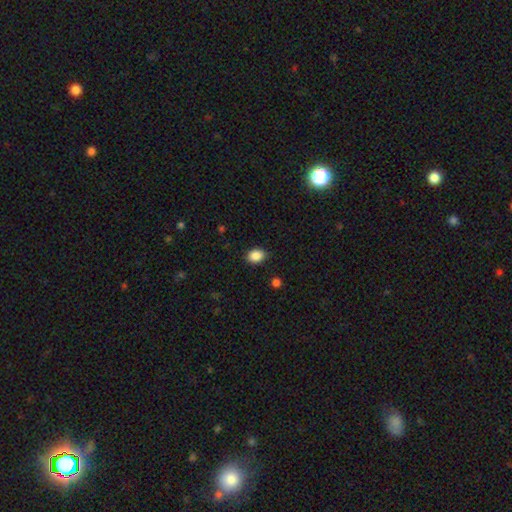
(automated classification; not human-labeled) Smooth or featured: smooth — 88% (star or artifact — 8%)
How rounded: in between — 67% (round — 32%)
Merging: none — 86% (minor disturbance — 10%)